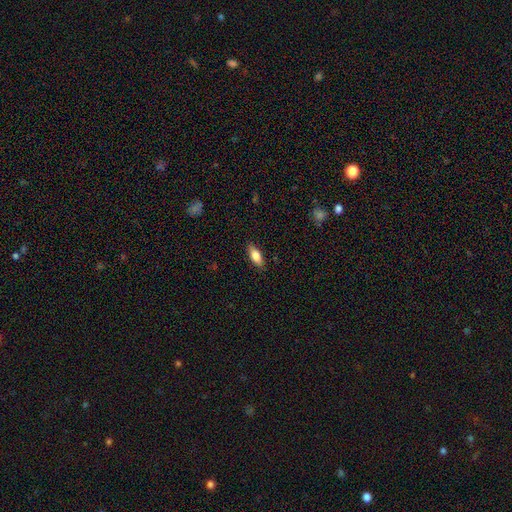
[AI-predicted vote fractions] Q: Smooth or featured?
A: smooth (77%); runner-up: featured or disk (16%)
Q: How rounded?
A: in between (78%); runner-up: cigar-shaped (20%)
Q: Merging?
A: none (87%); runner-up: minor disturbance (10%)